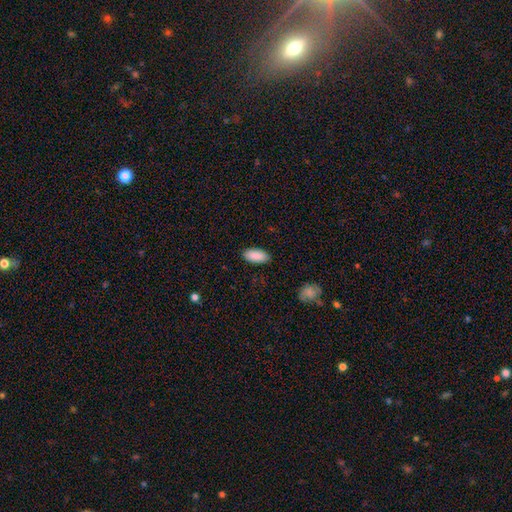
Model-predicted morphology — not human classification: A smooth galaxy with no disk features (90%) that is in between round and cigar-shaped (91%).

Vote fractions:
- Smooth or featured? smooth: 90% / star or artifact: 6% / featured or disk: 4%
- How rounded? in between: 91% / cigar-shaped: 8% / round: 2%
- Merging? none: 89% / minor disturbance: 8% / major disturbance: 2% / merger: 1%